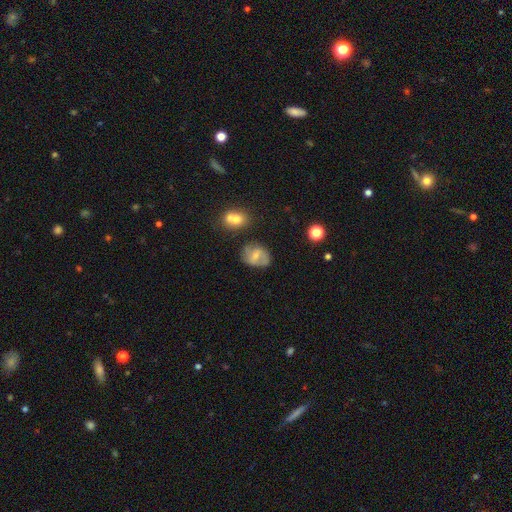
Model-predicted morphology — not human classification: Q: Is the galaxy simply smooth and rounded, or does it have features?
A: featured or disk — 51%.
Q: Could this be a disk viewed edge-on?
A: no — 96%.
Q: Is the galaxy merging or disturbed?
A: none — 67%.